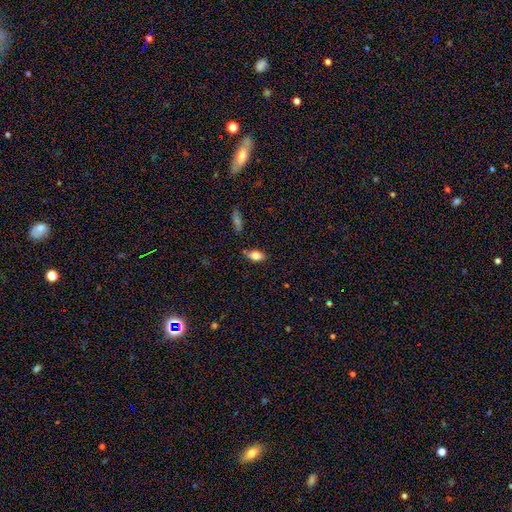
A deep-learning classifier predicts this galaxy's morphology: type=smooth (79%); roundness=in between (88%); merging=none (75%).